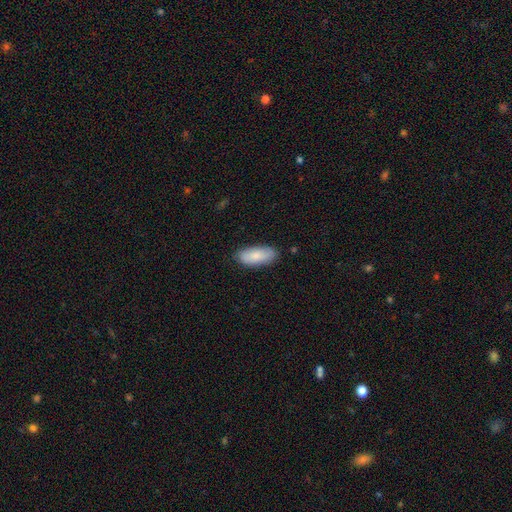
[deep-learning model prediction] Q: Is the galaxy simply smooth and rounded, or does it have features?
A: smooth — 82%.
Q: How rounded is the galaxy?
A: in between — 83%.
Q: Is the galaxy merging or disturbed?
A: none — 84%.